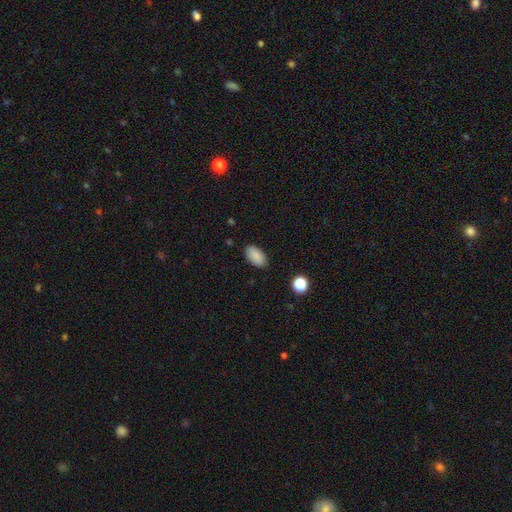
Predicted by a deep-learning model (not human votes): smooth_or_featured: smooth (p=0.87) [alt: star or artifact p=0.08]
how_rounded: in between (p=0.94) [alt: round p=0.04]
merging: none (p=0.86) [alt: minor disturbance p=0.10]